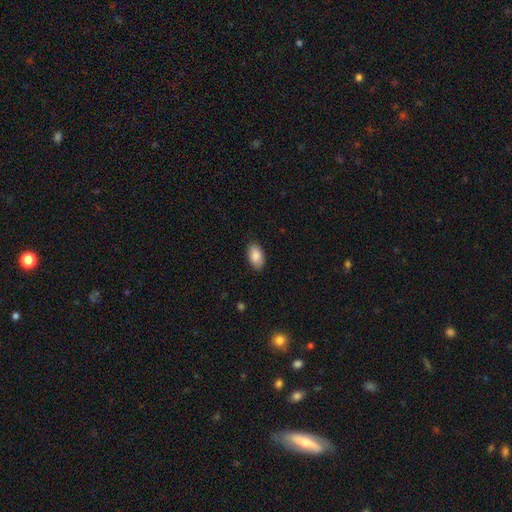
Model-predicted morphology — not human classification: Smooth or featured? smooth (89%)
How rounded? in between (94%)
Merging? none (84%)